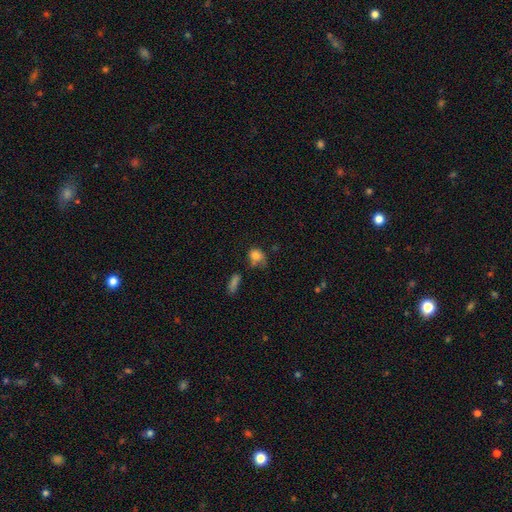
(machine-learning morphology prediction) Overall: smooth (79%). How rounded: in between (54%; round 44%). Merging: none (42%; minor disturbance 29%).